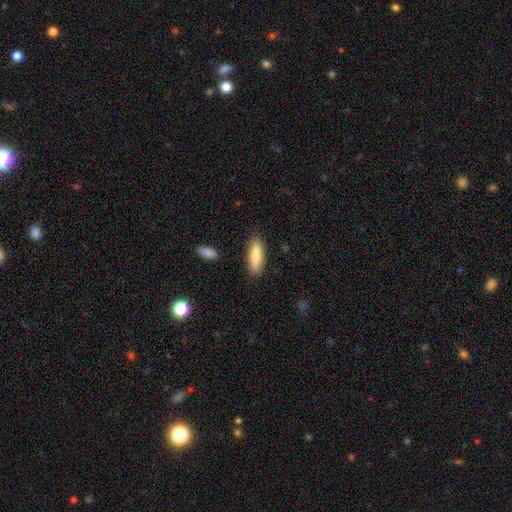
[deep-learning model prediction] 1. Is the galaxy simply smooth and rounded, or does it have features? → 80% smooth, 14% featured or disk, 6% star or artifact.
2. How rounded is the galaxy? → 57% in between, 41% cigar-shaped, 2% round.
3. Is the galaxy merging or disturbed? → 84% none, 11% minor disturbance, 2% major disturbance, 2% merger.